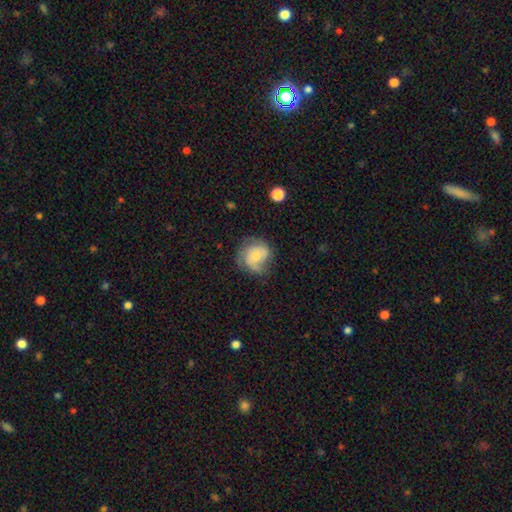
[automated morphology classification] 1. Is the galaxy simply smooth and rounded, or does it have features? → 56% featured or disk, 37% smooth, 8% star or artifact.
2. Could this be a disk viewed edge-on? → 98% no, 2% yes.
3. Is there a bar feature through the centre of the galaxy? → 76% no, 21% weak, 4% strong.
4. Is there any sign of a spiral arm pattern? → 85% yes, 15% no.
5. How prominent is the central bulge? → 55% small, 33% moderate, 6% none, 4% large, 1% dominant.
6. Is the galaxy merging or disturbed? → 60% none, 24% minor disturbance, 14% major disturbance, 2% merger.